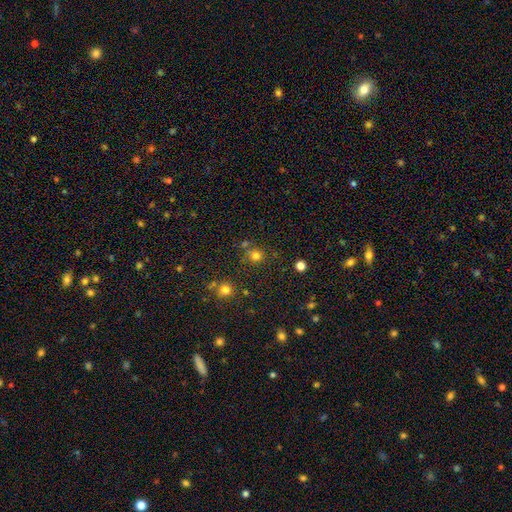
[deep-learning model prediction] This appears to be a smooth galaxy with no disk features (75%) that is round (87%). Merging: none (71%).